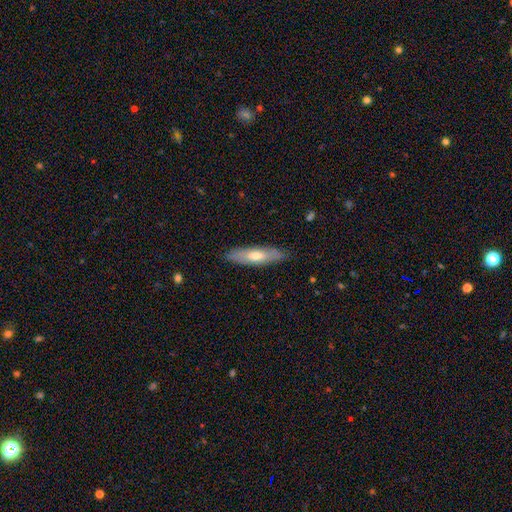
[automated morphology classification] Q: Smooth or featured?
A: smooth (54%); runner-up: featured or disk (40%)
Q: How rounded?
A: cigar-shaped (65%); runner-up: in between (33%)
Q: Merging?
A: none (86%); runner-up: minor disturbance (11%)